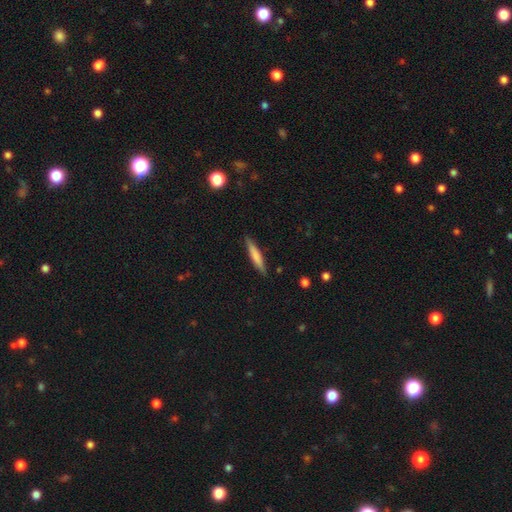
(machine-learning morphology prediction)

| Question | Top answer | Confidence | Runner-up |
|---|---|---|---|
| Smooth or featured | smooth | 66% | featured or disk (28%) |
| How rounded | cigar-shaped | 91% | in between (8%) |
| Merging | none | 87% | minor disturbance (9%) |